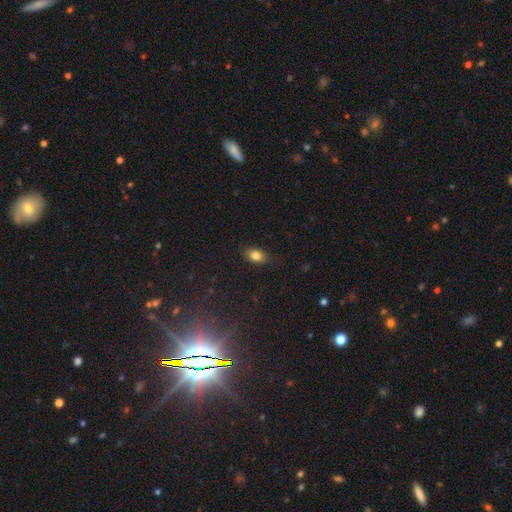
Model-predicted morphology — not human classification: Smooth or featured: smooth — 82% (star or artifact — 9%)
How rounded: in between — 85% (round — 12%)
Merging: none — 84% (minor disturbance — 12%)